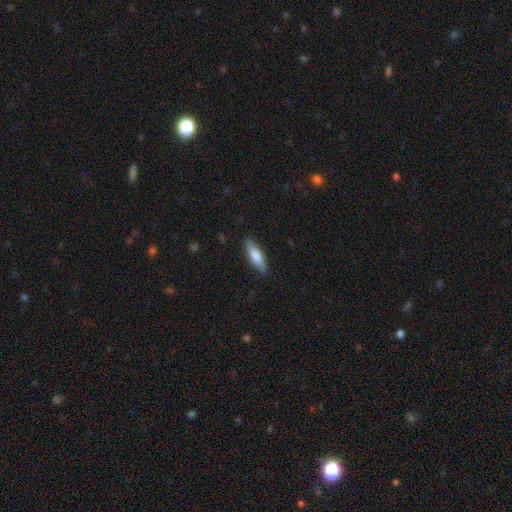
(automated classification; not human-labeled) A smooth galaxy with no disk features (71%) that is cigar-shaped (65%). Merging: none (87%).